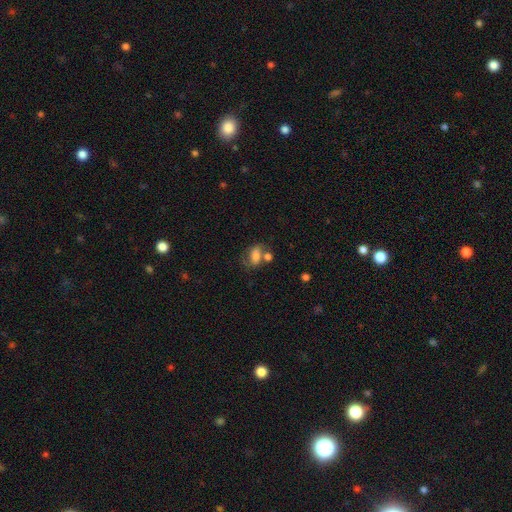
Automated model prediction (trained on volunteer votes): smooth_or_featured: smooth (p=0.65) [alt: featured or disk p=0.25]
how_rounded: in between (p=0.80) [alt: round p=0.17]
merging: none (p=0.38) [alt: merger p=0.31]